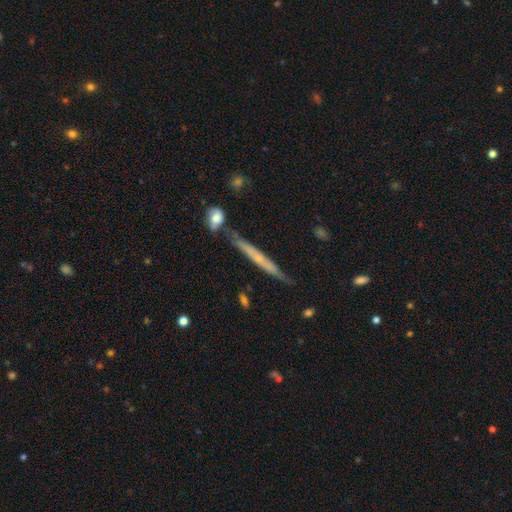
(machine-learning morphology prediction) featured or disk 56%, smooth 37%, star or artifact 7%. Down the decision tree: edge-on disk — yes (92%); edge-on bulge — none (63%); merging — none (75%).